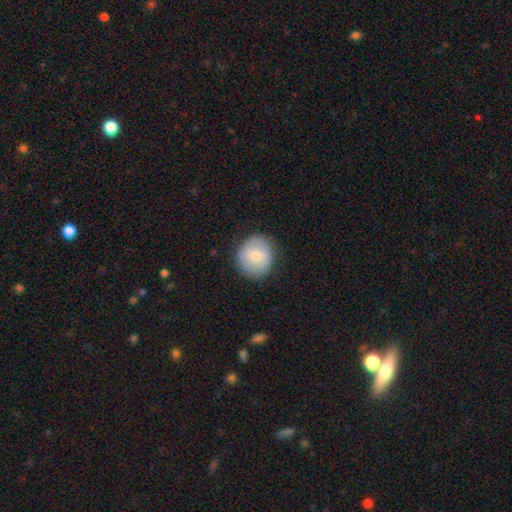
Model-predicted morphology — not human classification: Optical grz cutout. It shows a smooth galaxy with no disk features (75%) that is round (88%). Merging: none (84%).